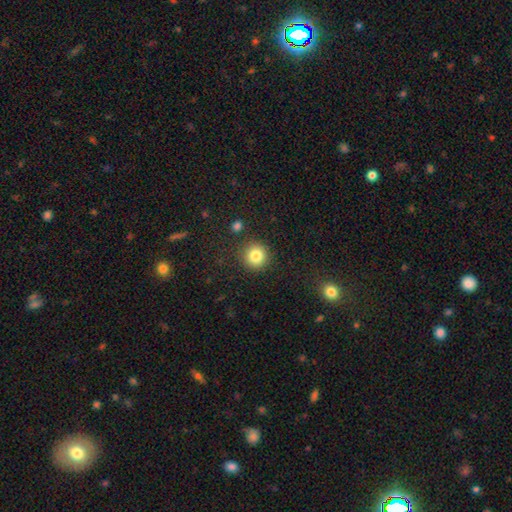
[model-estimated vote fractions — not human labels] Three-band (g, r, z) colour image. It shows a smooth galaxy with no disk features (84%) that is round (93%). Merging: none (89%).